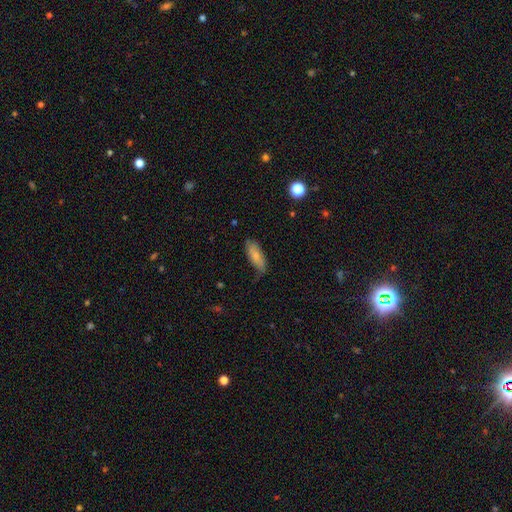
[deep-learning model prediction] Overall: smooth (76%). How rounded: in between (78%). Merging: none (58%; minor disturbance 32%).